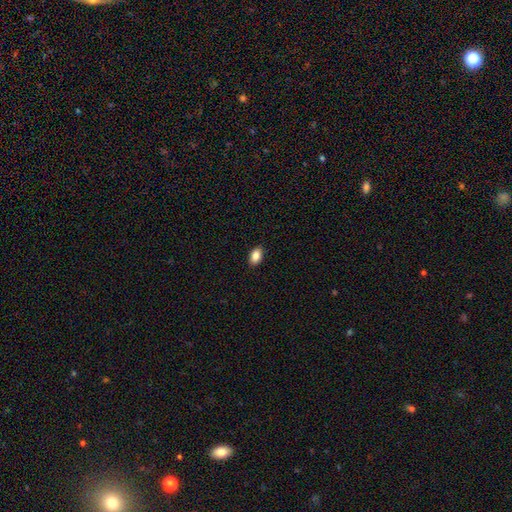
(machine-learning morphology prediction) smooth_or_featured: smooth (p=0.88) [alt: star or artifact p=0.08]
how_rounded: in between (p=0.89) [alt: round p=0.10]
merging: none (p=0.89) [alt: minor disturbance p=0.08]